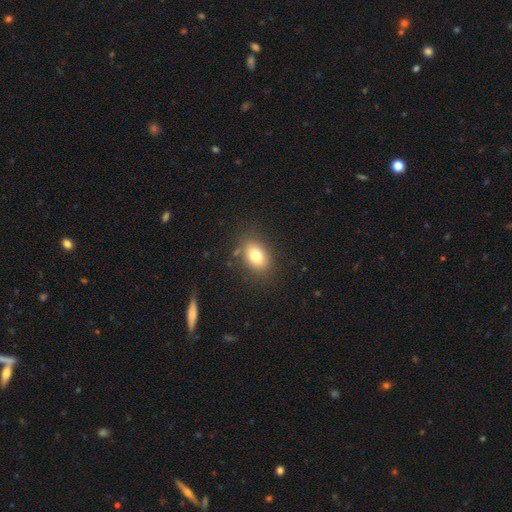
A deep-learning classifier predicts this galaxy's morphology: This appears to be a smooth galaxy with no disk features (77%) that is in between round and cigar-shaped (78%). Merging: none (83%).